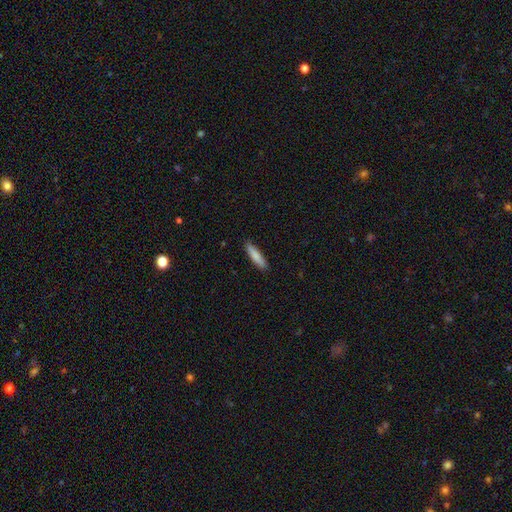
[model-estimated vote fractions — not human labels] Smooth or featured? Predicted: smooth (p=0.83). How rounded? Predicted: cigar-shaped (p=0.79). Merging? Predicted: none (p=0.88).